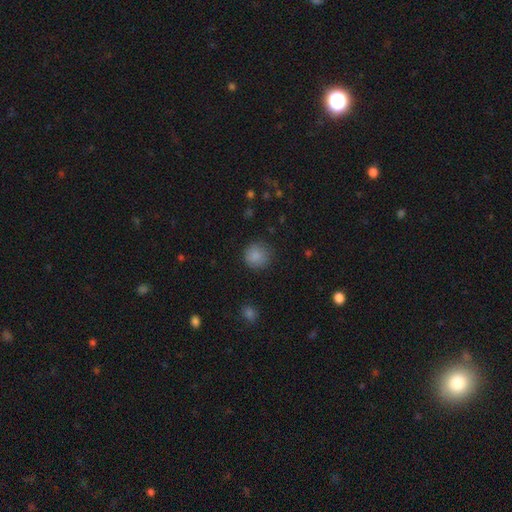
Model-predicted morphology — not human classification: Smooth or featured? Predicted: smooth (p=0.86). How rounded? Predicted: round (p=0.92). Merging? Predicted: none (p=0.83).